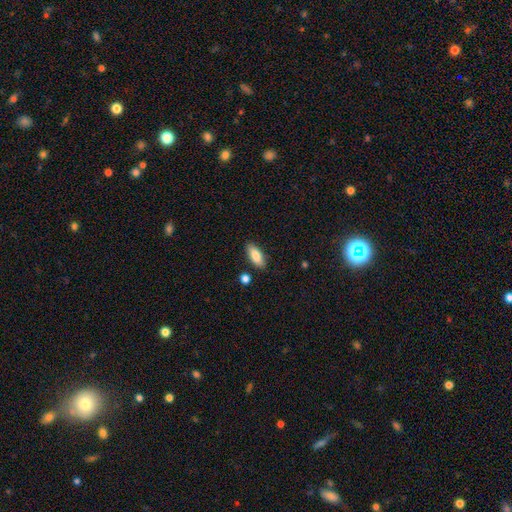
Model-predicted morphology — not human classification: Q: Smooth or featured?
A: smooth (84%); runner-up: featured or disk (10%)
Q: How rounded?
A: in between (77%); runner-up: cigar-shaped (21%)
Q: Merging?
A: none (84%); runner-up: minor disturbance (11%)